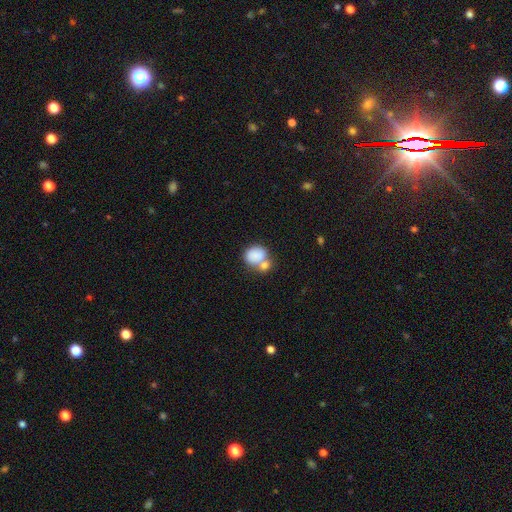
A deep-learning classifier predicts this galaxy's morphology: smooth-or-featured: smooth: 82% | featured or disk: 10% | star or artifact: 8%
  how-rounded: round: 53% | in between: 45% | cigar-shaped: 1%
  merging: merger: 50% | none: 34% | minor disturbance: 11% | major disturbance: 5%